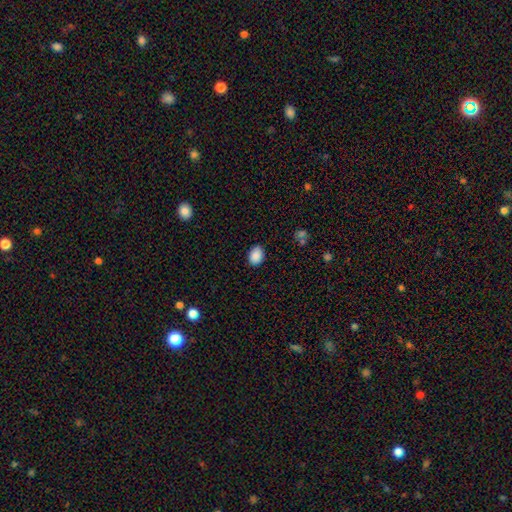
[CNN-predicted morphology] Q: Smooth or featured?
A: smooth (88%); runner-up: star or artifact (8%)
Q: How rounded?
A: in between (70%); runner-up: round (29%)
Q: Merging?
A: none (85%); runner-up: minor disturbance (12%)